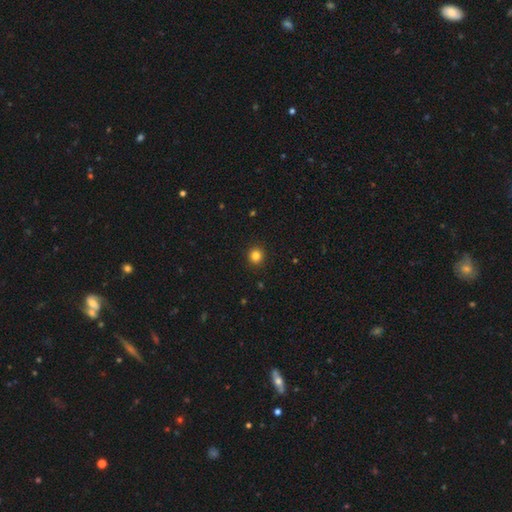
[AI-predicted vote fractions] The model was most divided on "smooth or featured": smooth: 83%, star or artifact: 13%, featured or disk: 4%. More confident: merging — none (93%); how rounded — round (92%).